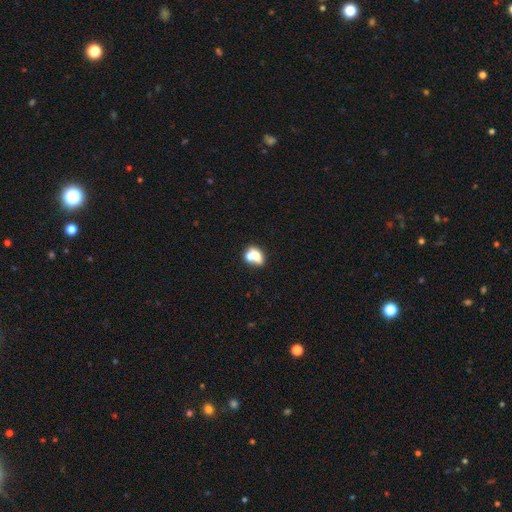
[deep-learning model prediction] Overall: smooth (63%; featured or disk 26%). How rounded: in between (59%; round 37%). Merging: merger (55%; none 30%).